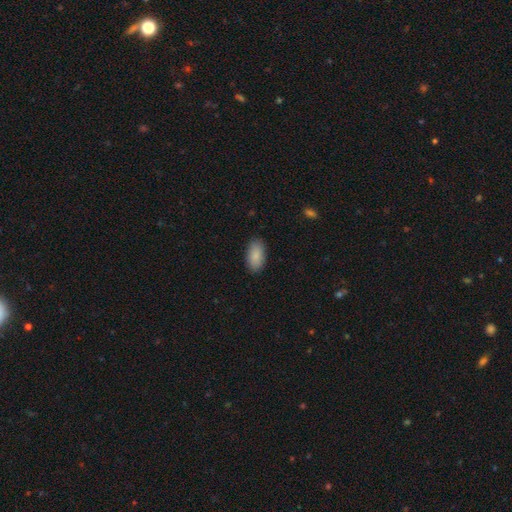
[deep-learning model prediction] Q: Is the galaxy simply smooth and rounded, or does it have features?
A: smooth — 89%.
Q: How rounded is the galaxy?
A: in between — 94%.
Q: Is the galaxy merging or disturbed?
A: none — 88%.